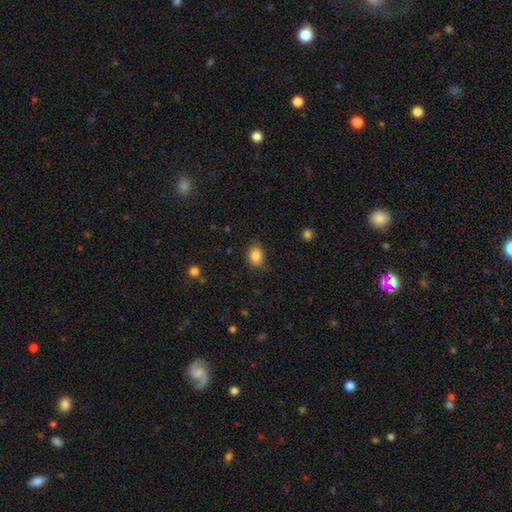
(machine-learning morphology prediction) Smooth or featured? smooth (86%)
How rounded? in between (63%)
Merging? none (80%)